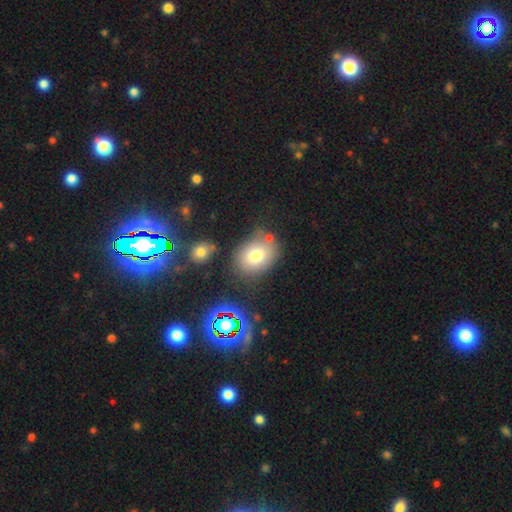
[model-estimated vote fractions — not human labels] Q: Smooth or featured?
A: smooth (75%); runner-up: featured or disk (13%)
Q: How rounded?
A: in between (66%); runner-up: round (33%)
Q: Merging?
A: none (70%); runner-up: minor disturbance (16%)